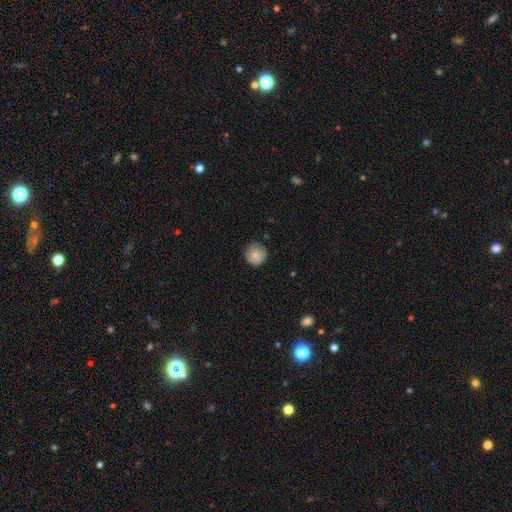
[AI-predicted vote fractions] Smooth or featured? Predicted: smooth (p=0.79). How rounded? Predicted: round (p=0.93). Merging? Predicted: none (p=0.77).